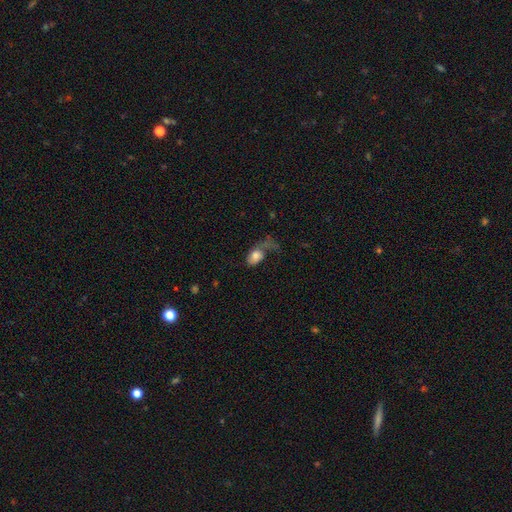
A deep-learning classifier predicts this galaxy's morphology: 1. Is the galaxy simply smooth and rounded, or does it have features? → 68% smooth, 23% featured or disk, 9% star or artifact.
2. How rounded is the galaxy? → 83% in between, 15% round, 2% cigar-shaped.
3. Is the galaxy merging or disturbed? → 50% major disturbance, 22% none, 19% minor disturbance, 9% merger.